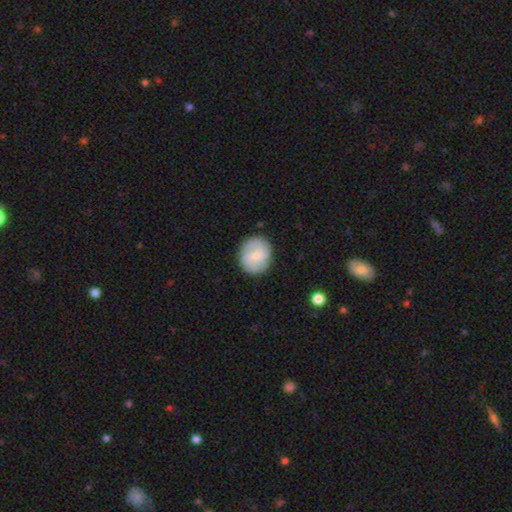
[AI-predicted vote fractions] Overall: smooth (52%; featured or disk 42%). How rounded: round (75%). Merging: none (85%).